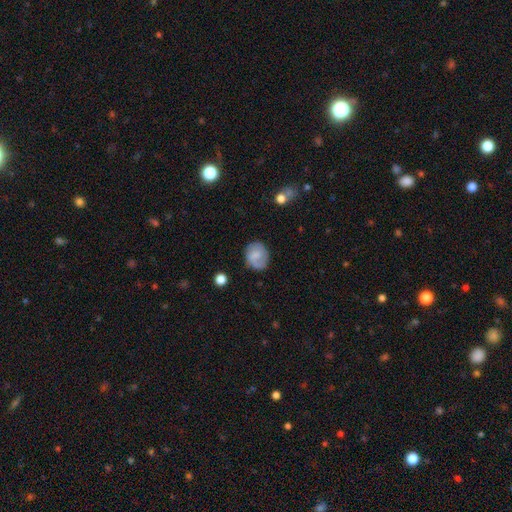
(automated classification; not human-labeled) Smooth or featured?
  - smooth: 61% *
  - featured or disk: 31%
  - star or artifact: 8%
How rounded?
  - round: 60% *
  - in between: 39%
  - cigar-shaped: 1%
Merging?
  - none: 73% *
  - minor disturbance: 19%
  - major disturbance: 6%
  - merger: 2%